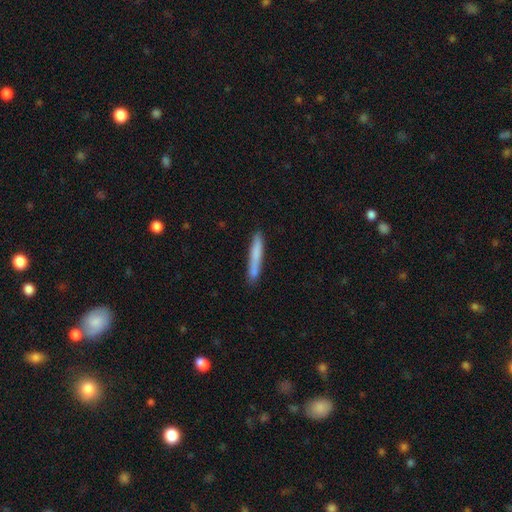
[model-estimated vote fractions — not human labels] Morphology: type=smooth (74%); roundness=cigar-shaped (96%); merging=none (83%).